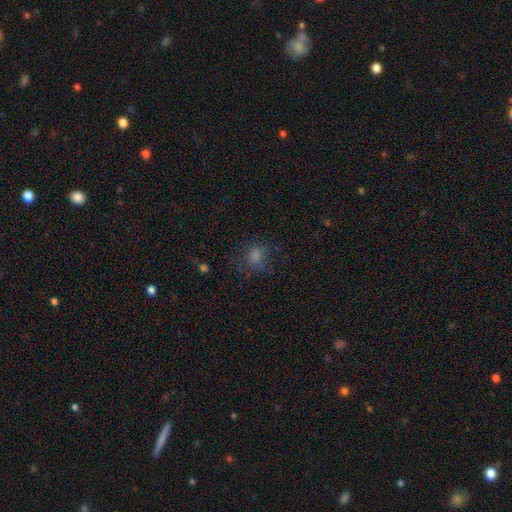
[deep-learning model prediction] Smooth or featured? smooth (63%)
How rounded? round (70%)
Merging? none (70%)